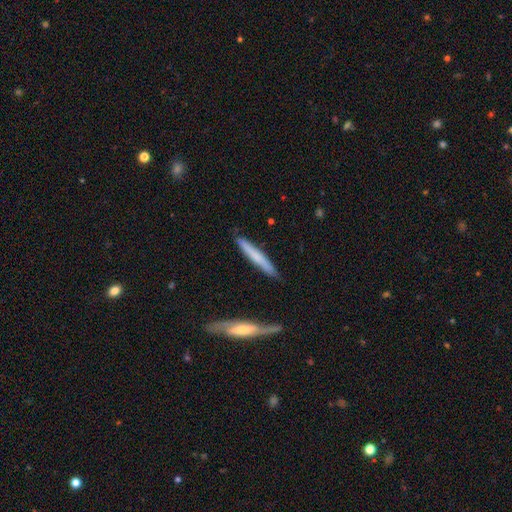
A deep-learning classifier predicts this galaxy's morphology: This appears to be a smooth galaxy with no disk features (59%) that is cigar-shaped (95%). Merging: none (84%).